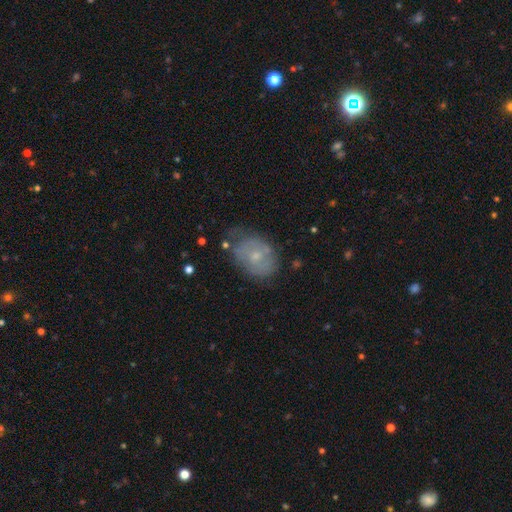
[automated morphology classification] smooth-or-featured: featured or disk: 47% | smooth: 43% | star or artifact: 9%
  merging: none: 55% | minor disturbance: 30% | major disturbance: 12% | merger: 4%